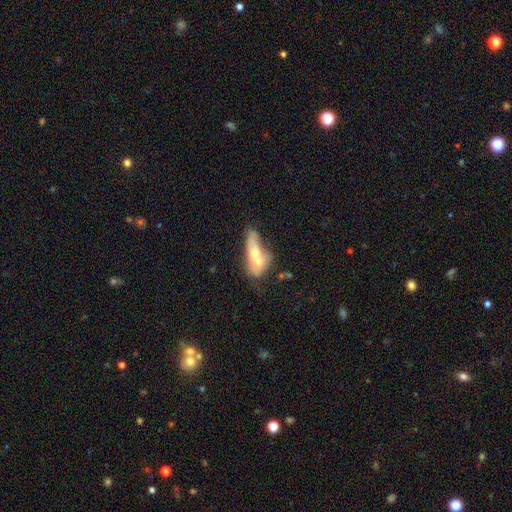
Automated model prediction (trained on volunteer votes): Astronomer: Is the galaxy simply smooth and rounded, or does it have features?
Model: smooth — 50% (runner-up: featured or disk, 42%).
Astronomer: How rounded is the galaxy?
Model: in between — 63%.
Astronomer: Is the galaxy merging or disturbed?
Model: merger — 62%.